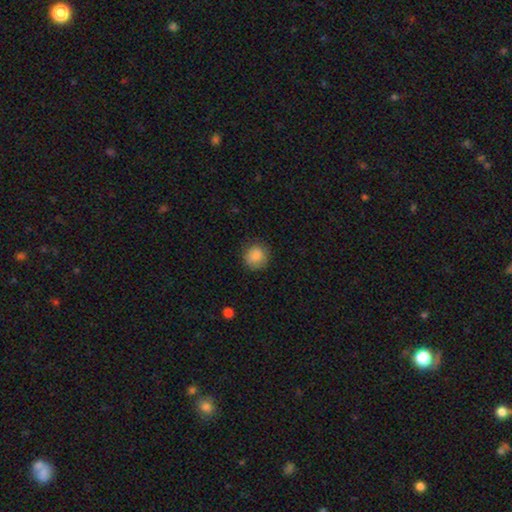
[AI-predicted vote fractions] Smooth or featured? Predicted: smooth (p=0.86). How rounded? Predicted: round (p=0.88). Merging? Predicted: none (p=0.82).